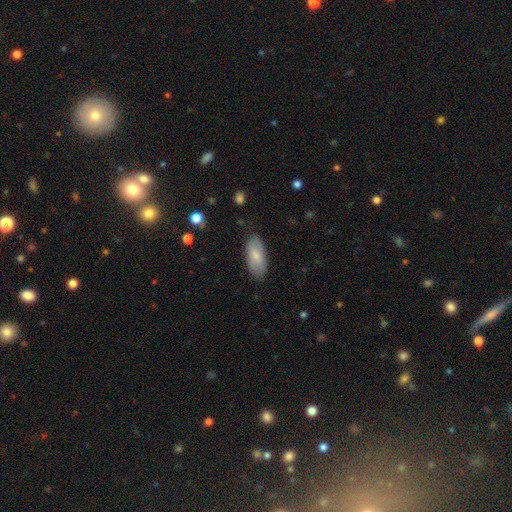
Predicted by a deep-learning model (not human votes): A smooth galaxy with no disk features (77%) that is in between round and cigar-shaped (88%). Merging: none (81%).